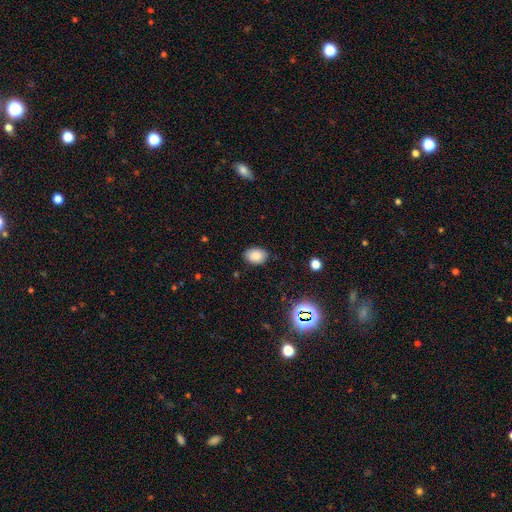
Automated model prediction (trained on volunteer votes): smooth_or_featured: smooth (p=0.84) [alt: star or artifact p=0.10]
how_rounded: in between (p=0.80) [alt: round p=0.19]
merging: none (p=0.85) [alt: minor disturbance p=0.11]